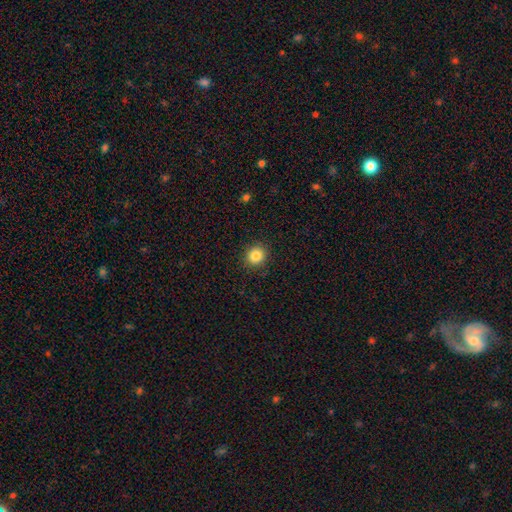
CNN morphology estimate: A smooth galaxy with no disk features (85%) that is round (82%).

Vote fractions:
- Smooth or featured? smooth: 85% / star or artifact: 10% / featured or disk: 5%
- How rounded? round: 82% / in between: 18% / cigar-shaped: 1%
- Merging? none: 90% / minor disturbance: 7% / major disturbance: 2% / merger: 1%